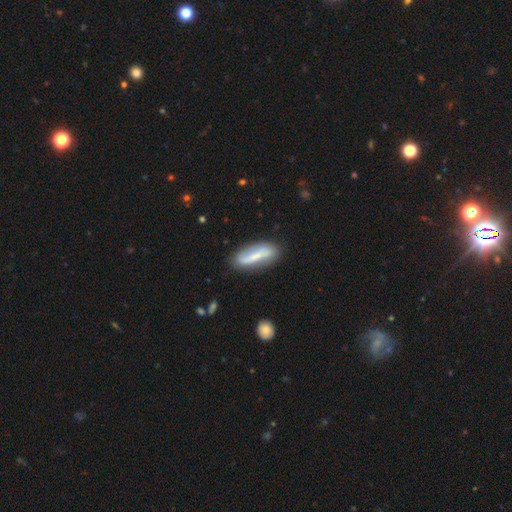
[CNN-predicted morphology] featured or disk 47%, smooth 46%, star or artifact 7%. Down the decision tree: merging — none (78%).